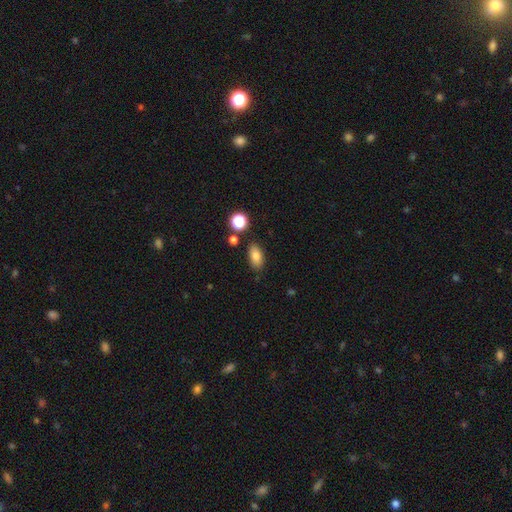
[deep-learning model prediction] The model was most divided on "smooth or featured": smooth: 81%, star or artifact: 11%, featured or disk: 9%. More confident: how rounded — in between (88%); merging — none (82%).